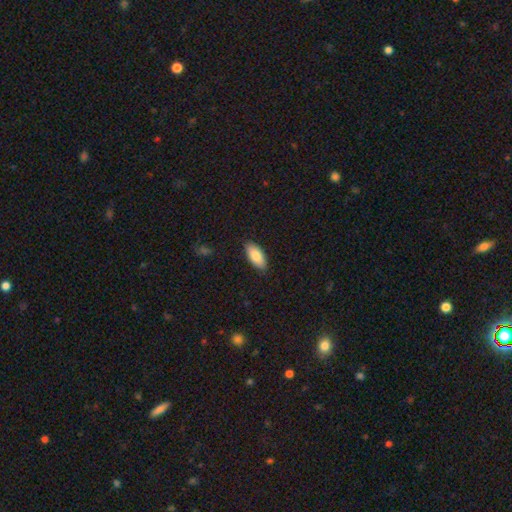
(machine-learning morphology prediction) Smooth or featured?
  - smooth: 83% *
  - featured or disk: 11%
  - star or artifact: 6%
How rounded?
  - in between: 90% *
  - cigar-shaped: 8%
  - round: 2%
Merging?
  - none: 89% *
  - minor disturbance: 9%
  - major disturbance: 2%
  - merger: 1%